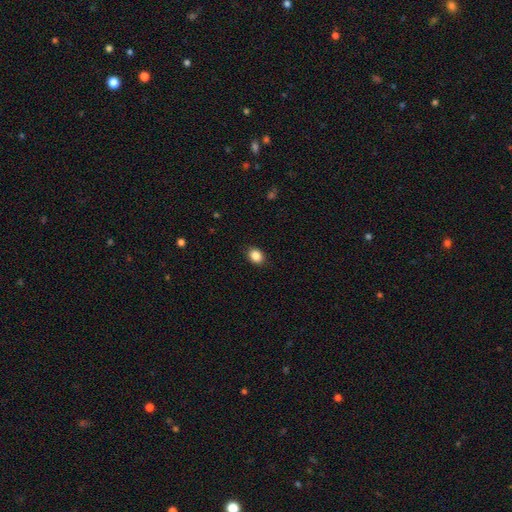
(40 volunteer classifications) smooth-or-featured: smooth: 90% | featured or disk: 8% | star or artifact: 2%
  how-rounded: in between: 58% | round: 42% | cigar-shaped: 0%
  merging: none: 90% | minor disturbance: 10% | major disturbance: 0% | merger: 0%